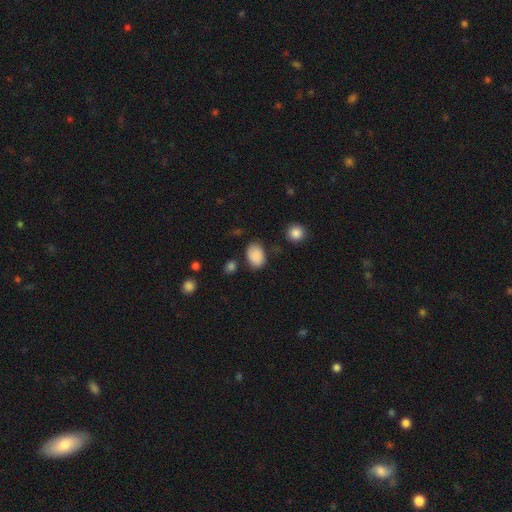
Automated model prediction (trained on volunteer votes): Q: Smooth or featured?
A: smooth (87%); runner-up: star or artifact (8%)
Q: How rounded?
A: in between (81%); runner-up: round (18%)
Q: Merging?
A: none (77%); runner-up: minor disturbance (16%)